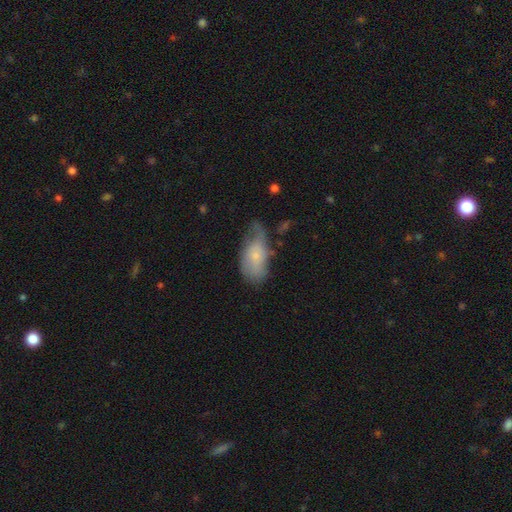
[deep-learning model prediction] Smooth or featured? smooth (59%)
How rounded? in between (90%)
Merging? minor disturbance (38%)